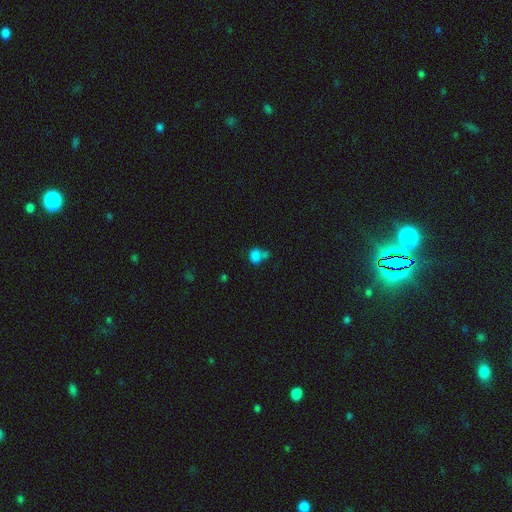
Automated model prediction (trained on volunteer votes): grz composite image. It shows a smooth galaxy with no disk features (79%) that is round (51%). Merging: merger (42%).